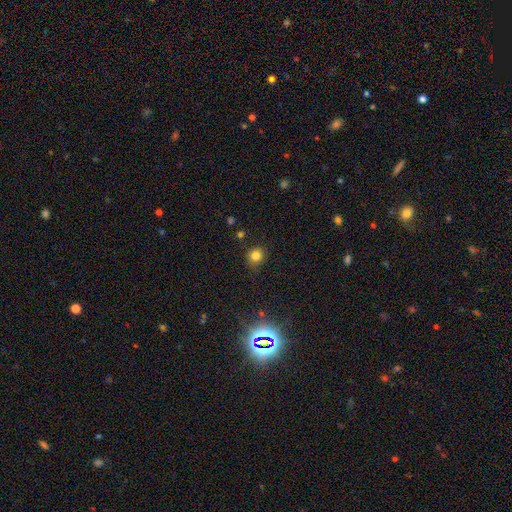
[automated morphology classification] This appears to be a smooth galaxy with no disk features (79%) that is round (85%). Merging: none (82%).